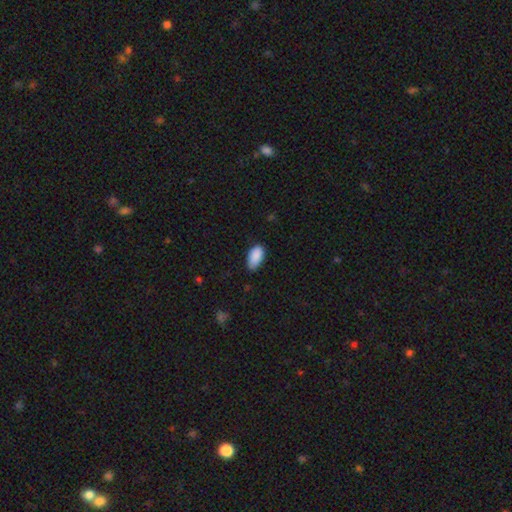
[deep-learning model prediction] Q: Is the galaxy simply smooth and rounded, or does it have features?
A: smooth — 89%.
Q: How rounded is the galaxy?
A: in between — 94%.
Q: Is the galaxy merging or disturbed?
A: none — 69%.